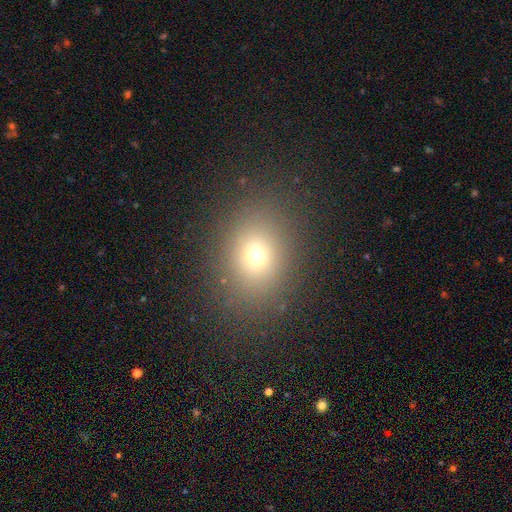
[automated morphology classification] Q: Smooth or featured?
A: smooth (69%); runner-up: star or artifact (20%)
Q: How rounded?
A: round (55%); runner-up: in between (44%)
Q: Merging?
A: none (86%); runner-up: minor disturbance (8%)